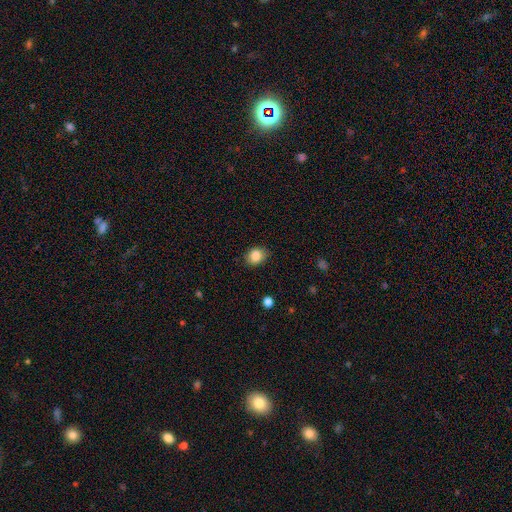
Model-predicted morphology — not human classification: Q: Smooth or featured?
A: smooth (86%); runner-up: star or artifact (9%)
Q: How rounded?
A: in between (51%); runner-up: round (48%)
Q: Merging?
A: none (82%); runner-up: minor disturbance (14%)